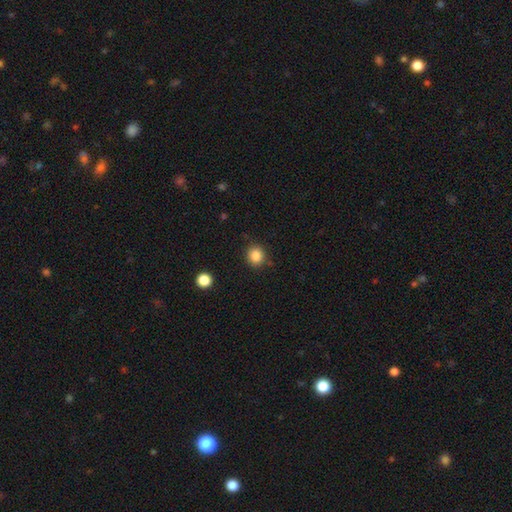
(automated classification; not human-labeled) Overall: smooth (85%). How rounded: round (84%). Merging: none (87%).